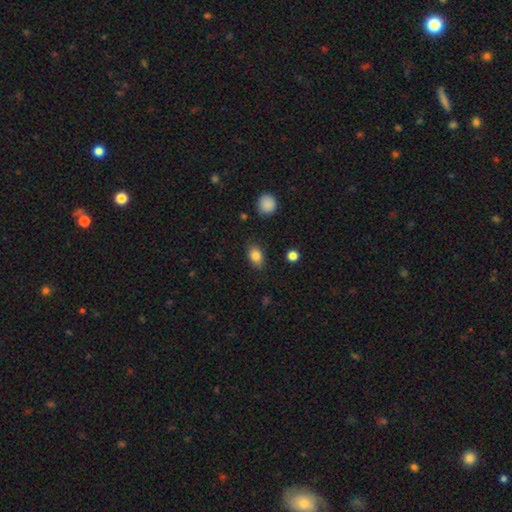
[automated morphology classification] Smooth or featured: smooth — 83% (star or artifact — 9%)
How rounded: in between — 81% (round — 17%)
Merging: none — 83% (minor disturbance — 12%)